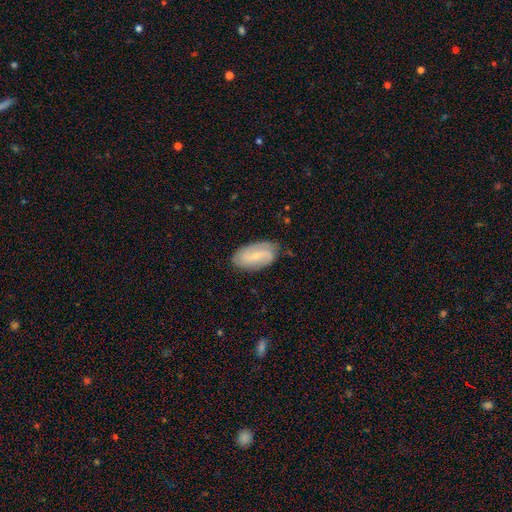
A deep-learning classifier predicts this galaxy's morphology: This is likely a featured or disk galaxy (63%). It is clearly not viewed edge-on (95%). Bar: marginally weak (45%). Spiral arm pattern: clearly yes (88%). Spiral arm count: likely 2 (74%). Spiral winding: marginally medium (40%). Central bulge: likely small (73%). Merging: likely none (76%).